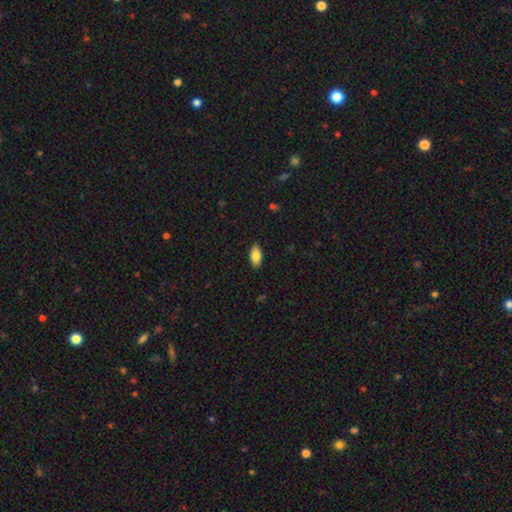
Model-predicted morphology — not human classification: Smooth or featured?
  - smooth: 81% *
  - featured or disk: 12%
  - star or artifact: 7%
How rounded?
  - in between: 90% *
  - cigar-shaped: 7%
  - round: 3%
Merging?
  - none: 88% *
  - minor disturbance: 9%
  - major disturbance: 2%
  - merger: 1%